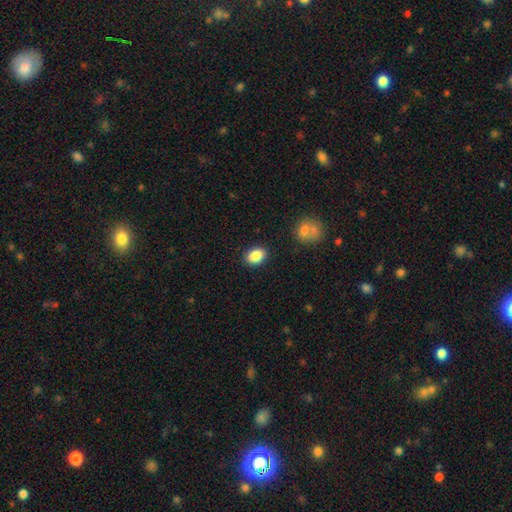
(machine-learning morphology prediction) A smooth galaxy with no disk features (87%) that is in between round and cigar-shaped (76%).

Vote fractions:
- Smooth or featured? smooth: 87% / star or artifact: 8% / featured or disk: 5%
- How rounded? in between: 76% / round: 23% / cigar-shaped: 1%
- Merging? none: 88% / minor disturbance: 8% / major disturbance: 2% / merger: 2%